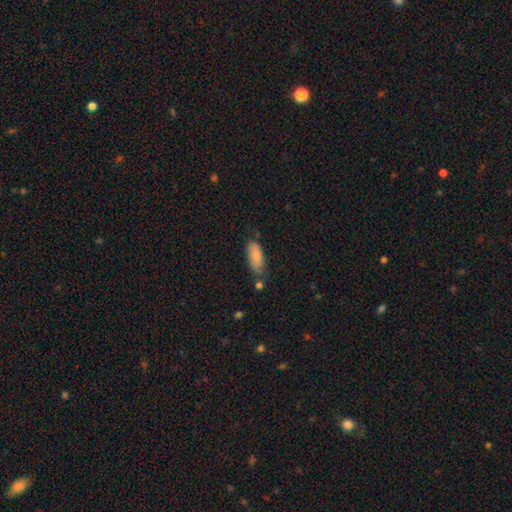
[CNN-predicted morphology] This appears to be a smooth galaxy with no disk features (85%) that is in between round and cigar-shaped (79%). Merging: none (64%).